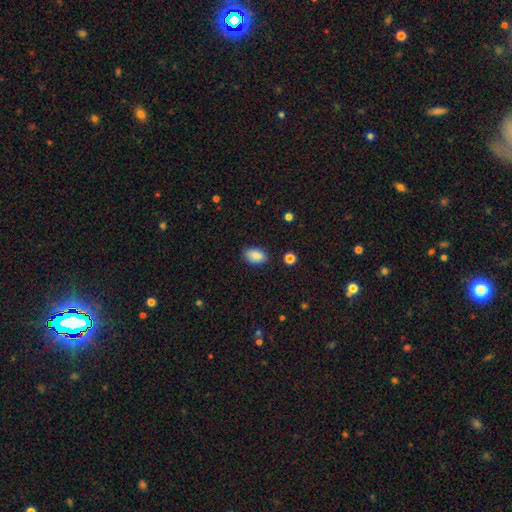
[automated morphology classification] smooth_or_featured: smooth (p=0.86) [alt: star or artifact p=0.08]
how_rounded: in between (p=0.90) [alt: round p=0.09]
merging: none (p=0.83) [alt: minor disturbance p=0.13]